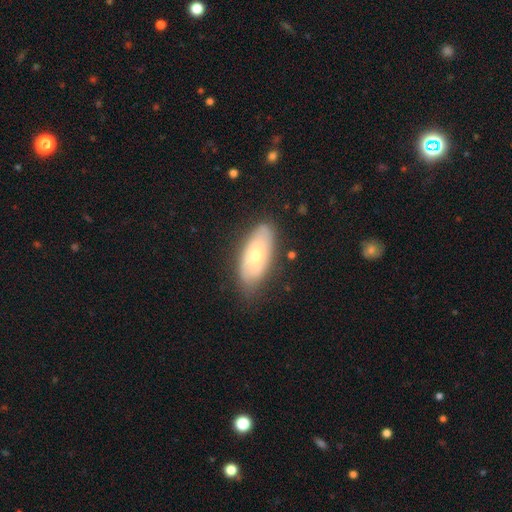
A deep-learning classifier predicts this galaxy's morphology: Overall: smooth (56%; featured or disk 38%). How rounded: in between (84%). Merging: none (75%).